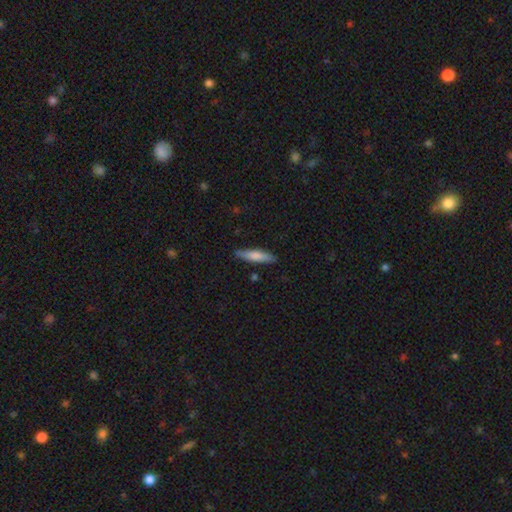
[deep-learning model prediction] A smooth galaxy with no disk features (74%) that is cigar-shaped (81%).

Vote fractions:
- Smooth or featured? smooth: 74% / featured or disk: 21% / star or artifact: 5%
- How rounded? cigar-shaped: 81% / in between: 17% / round: 1%
- Merging? none: 86% / minor disturbance: 11% / major disturbance: 2% / merger: 2%